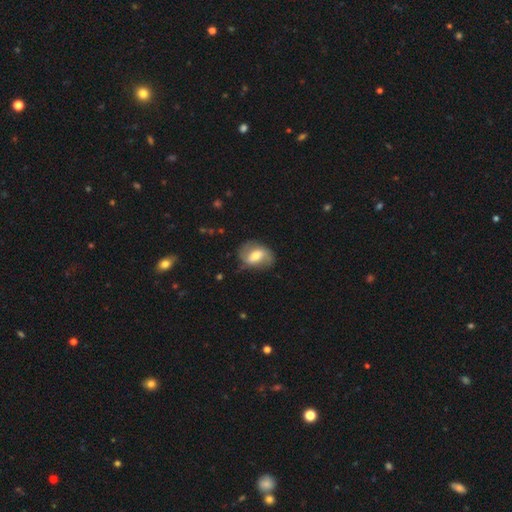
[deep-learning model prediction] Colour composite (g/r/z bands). It shows a featured or disk galaxy (58%) with a weak bar (45%), spiral arms (80%) and a moderate central bulge (58%). Merging: none (67%).